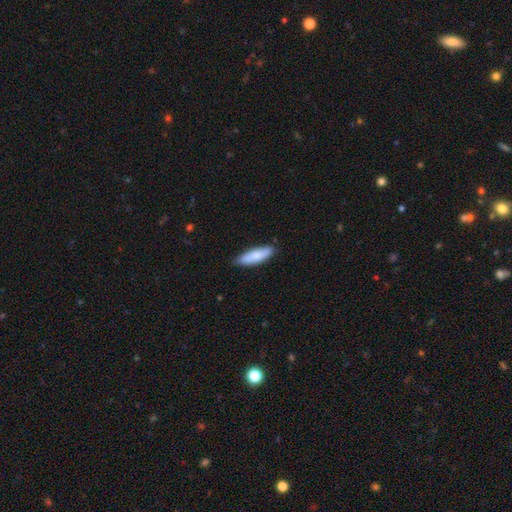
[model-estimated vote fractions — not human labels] A smooth galaxy with no disk features (81%) that is cigar-shaped (52%). Merging: none (83%).